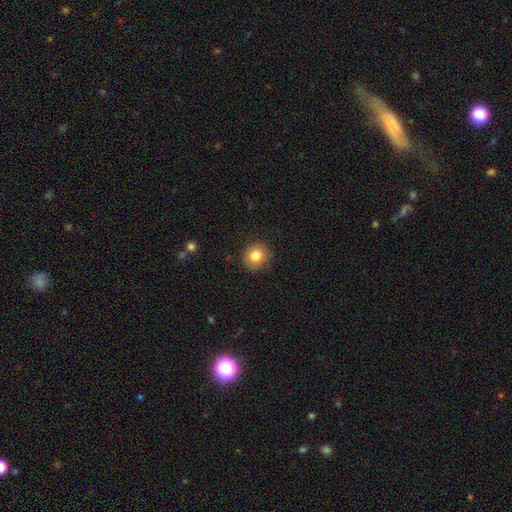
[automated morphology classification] Smooth or featured?
  - smooth: 82% *
  - star or artifact: 10%
  - featured or disk: 8%
How rounded?
  - round: 88% *
  - in between: 11%
  - cigar-shaped: 1%
Merging?
  - none: 89% *
  - minor disturbance: 8%
  - major disturbance: 2%
  - merger: 1%